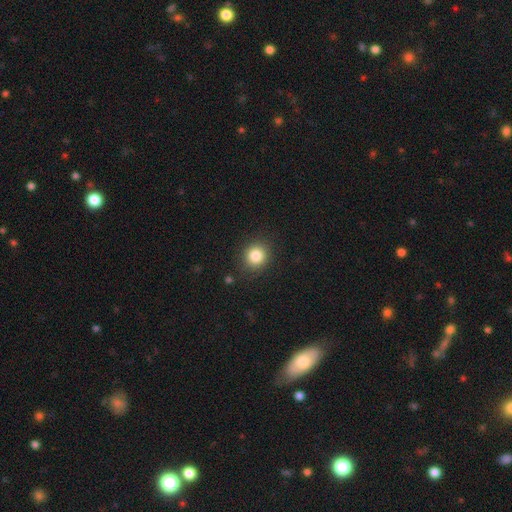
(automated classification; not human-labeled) This appears to be a smooth galaxy with no disk features (84%) that is round (84%). Merging: none (87%).